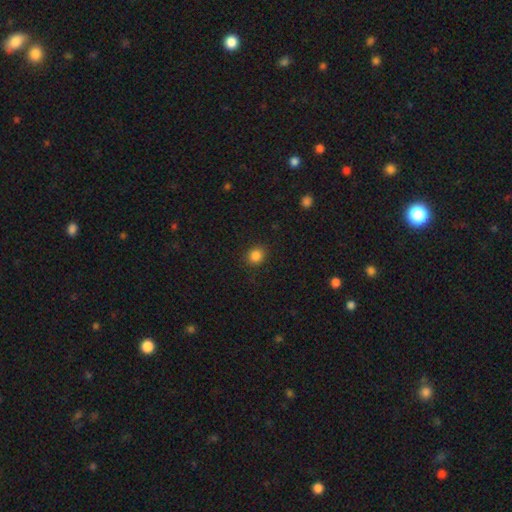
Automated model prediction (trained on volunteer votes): smooth_or_featured: smooth (p=0.85) [alt: star or artifact p=0.11]
how_rounded: round (p=0.74) [alt: in between p=0.25]
merging: none (p=0.89) [alt: minor disturbance p=0.08]